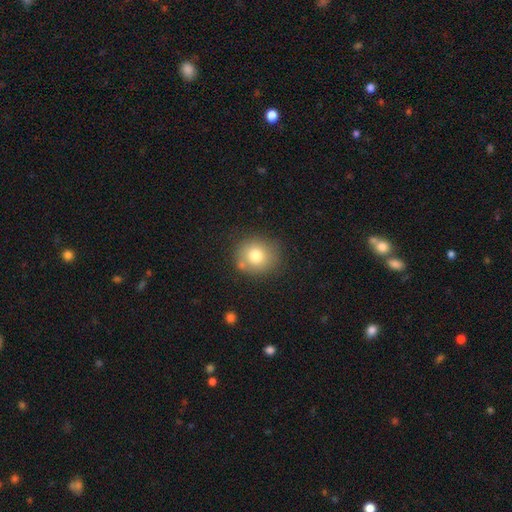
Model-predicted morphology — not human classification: This appears to be a smooth galaxy with no disk features (76%) that is round (86%). Merging: none (76%).